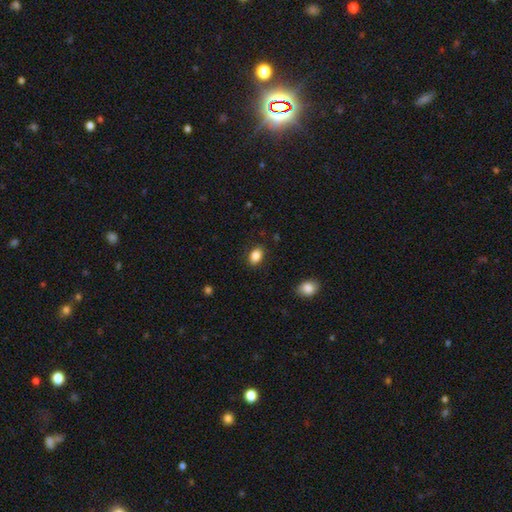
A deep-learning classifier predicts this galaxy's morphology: Smooth or featured: smooth — 86% (star or artifact — 9%)
How rounded: in between — 81% (round — 18%)
Merging: none — 86% (minor disturbance — 10%)